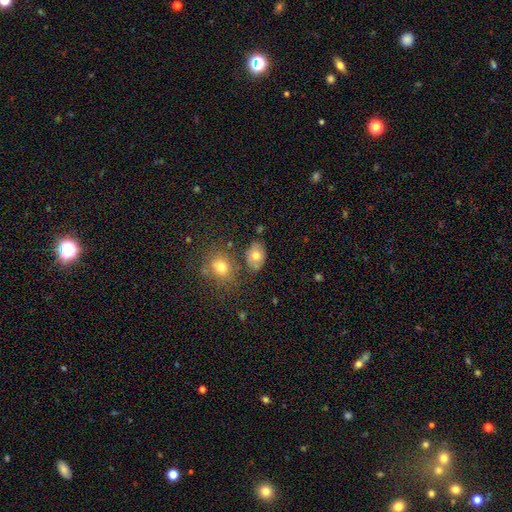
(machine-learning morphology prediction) Smooth or featured: smooth — 71% (featured or disk — 18%)
How rounded: in between — 74% (round — 25%)
Merging: none — 73% (minor disturbance — 14%)